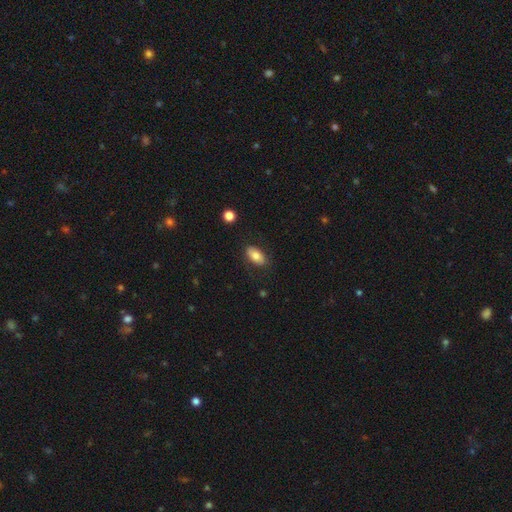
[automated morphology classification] Smooth or featured? Predicted: smooth (p=0.79). How rounded? Predicted: in between (p=0.91). Merging? Predicted: none (p=0.83).